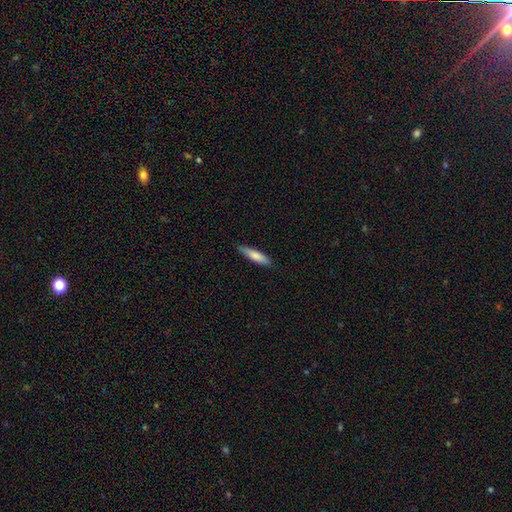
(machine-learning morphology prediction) smooth-or-featured: smooth: 80% | featured or disk: 15% | star or artifact: 5%
  how-rounded: cigar-shaped: 79% | in between: 19% | round: 1%
  merging: none: 87% | minor disturbance: 11% | major disturbance: 2% | merger: 1%